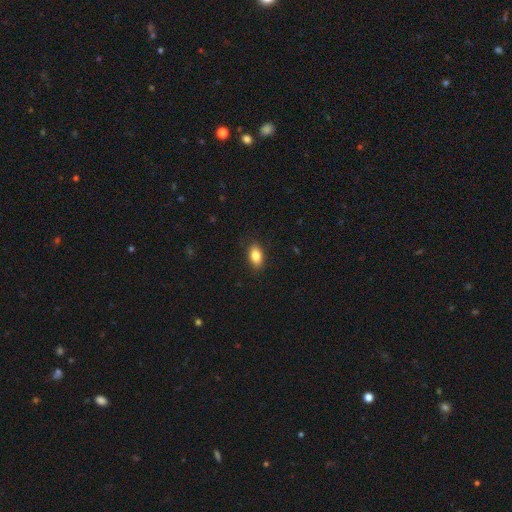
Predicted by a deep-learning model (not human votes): Q: Smooth or featured?
A: smooth (84%); runner-up: featured or disk (8%)
Q: How rounded?
A: in between (88%); runner-up: round (9%)
Q: Merging?
A: none (88%); runner-up: minor disturbance (9%)